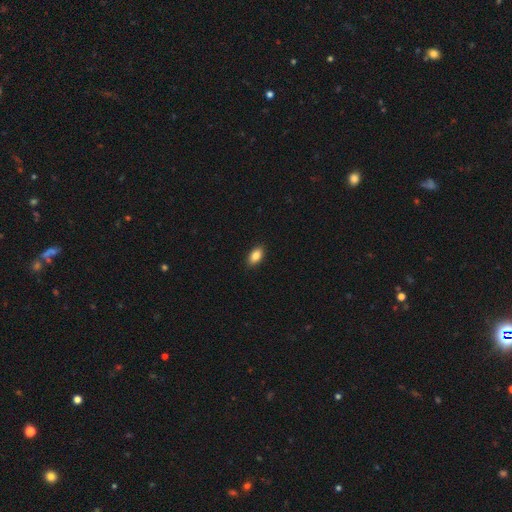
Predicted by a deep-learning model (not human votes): smooth-or-featured: smooth: 86% | star or artifact: 7% | featured or disk: 6%
  how-rounded: in between: 91% | round: 5% | cigar-shaped: 4%
  merging: none: 90% | minor disturbance: 8% | major disturbance: 2% | merger: 1%